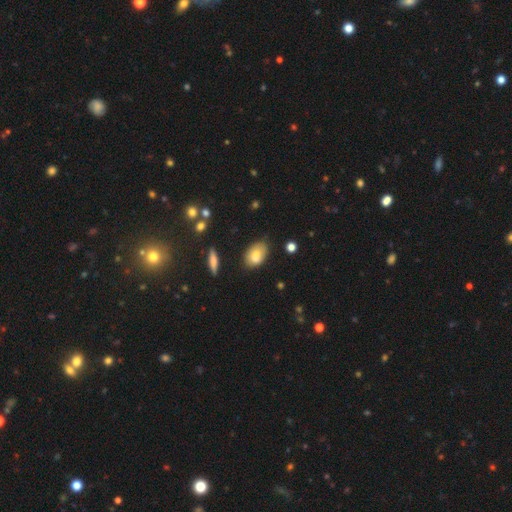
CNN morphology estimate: type=smooth (76%); roundness=in between (88%); merging=none (59%).